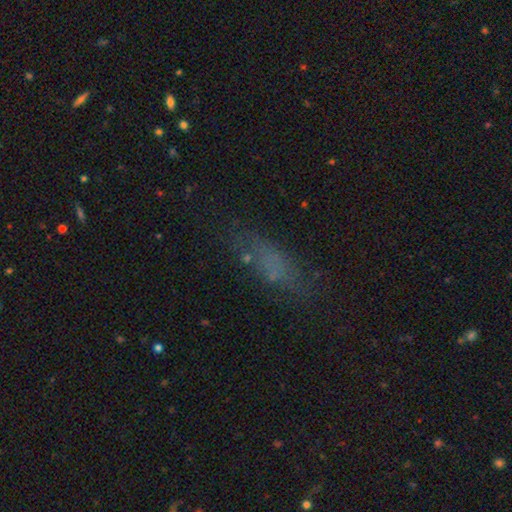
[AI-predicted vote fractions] The model was most divided on "how rounded": in between: 55%, cigar-shaped: 40%, round: 4%. More confident: merging — none (61%); smooth or featured — smooth (57%).